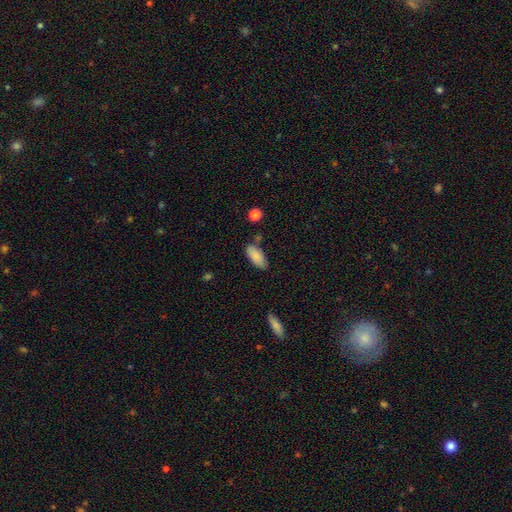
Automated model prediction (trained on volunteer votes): This is clearly a smooth galaxy (87%). How rounded: clearly in between (86%). Merging: likely none (74%).